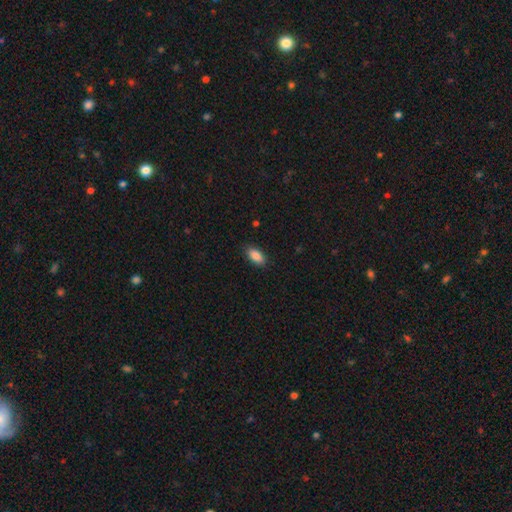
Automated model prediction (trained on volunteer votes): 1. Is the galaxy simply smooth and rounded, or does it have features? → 88% smooth, 7% star or artifact, 5% featured or disk.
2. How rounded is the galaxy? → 91% in between, 5% cigar-shaped, 3% round.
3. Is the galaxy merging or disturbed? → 86% none, 10% minor disturbance, 2% major disturbance, 1% merger.